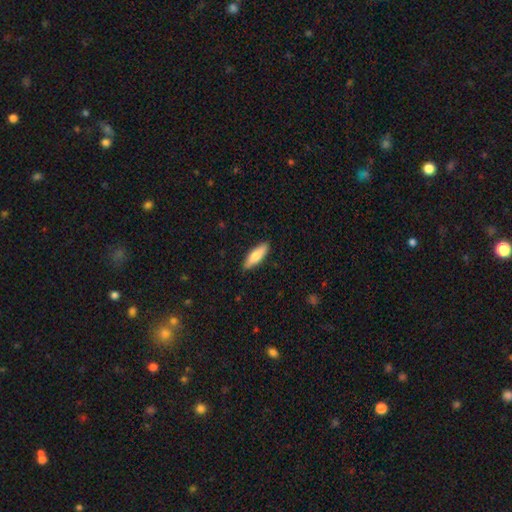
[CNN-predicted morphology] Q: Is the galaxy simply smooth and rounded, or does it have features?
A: smooth — 75%.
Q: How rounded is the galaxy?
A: in between — 52%.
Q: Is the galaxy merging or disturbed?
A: none — 87%.